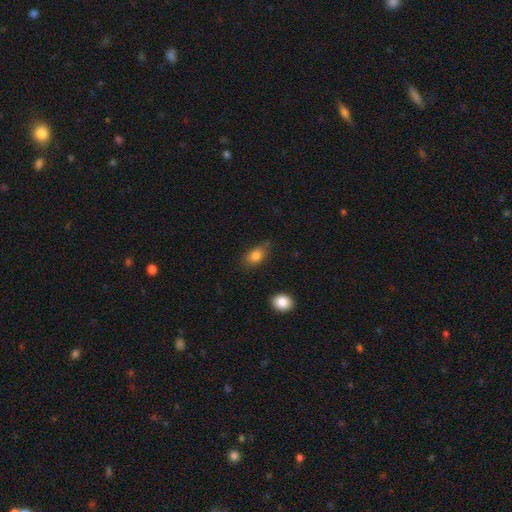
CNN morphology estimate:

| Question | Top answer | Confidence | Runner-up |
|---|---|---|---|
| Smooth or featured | smooth | 83% | star or artifact (9%) |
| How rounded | in between | 81% | round (16%) |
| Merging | none | 65% | minor disturbance (25%) |